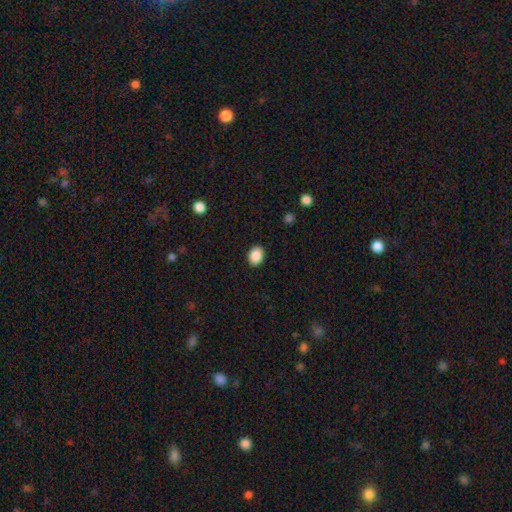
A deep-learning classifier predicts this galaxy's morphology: smooth_or_featured: smooth (p=0.89) [alt: star or artifact p=0.08]
how_rounded: in between (p=0.62) [alt: round p=0.37]
merging: none (p=0.90) [alt: minor disturbance p=0.07]